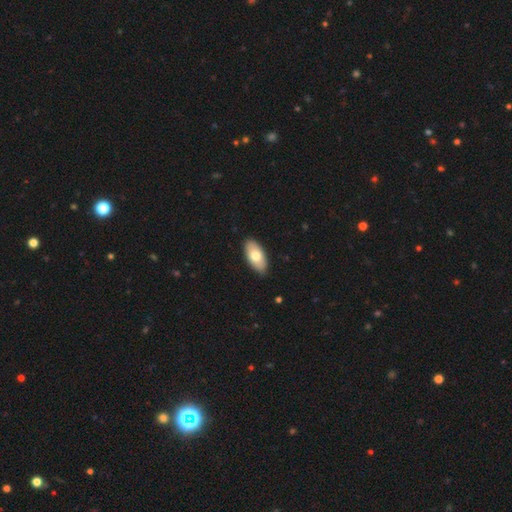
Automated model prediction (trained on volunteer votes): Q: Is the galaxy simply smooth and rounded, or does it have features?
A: smooth — 71%.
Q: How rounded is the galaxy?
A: in between — 93%.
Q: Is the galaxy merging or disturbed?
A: none — 88%.